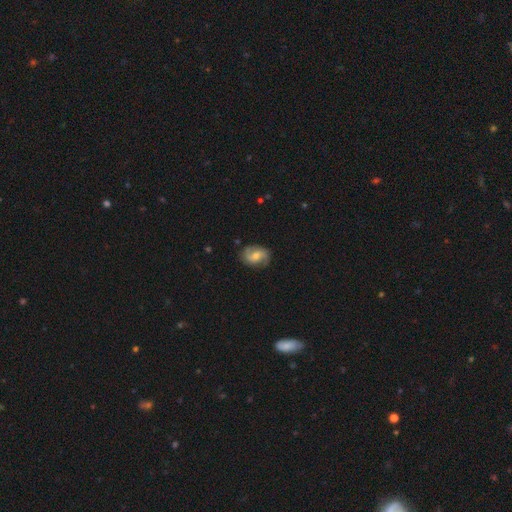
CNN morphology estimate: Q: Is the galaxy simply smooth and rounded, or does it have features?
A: featured or disk — 73%.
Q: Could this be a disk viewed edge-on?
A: no — 97%.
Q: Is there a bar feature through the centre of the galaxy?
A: no — 49%.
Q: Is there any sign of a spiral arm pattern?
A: yes — 93%.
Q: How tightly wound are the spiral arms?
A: medium — 46%.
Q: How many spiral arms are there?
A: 2 — 85%.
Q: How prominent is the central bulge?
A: moderate — 63%.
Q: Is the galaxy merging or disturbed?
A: none — 79%.